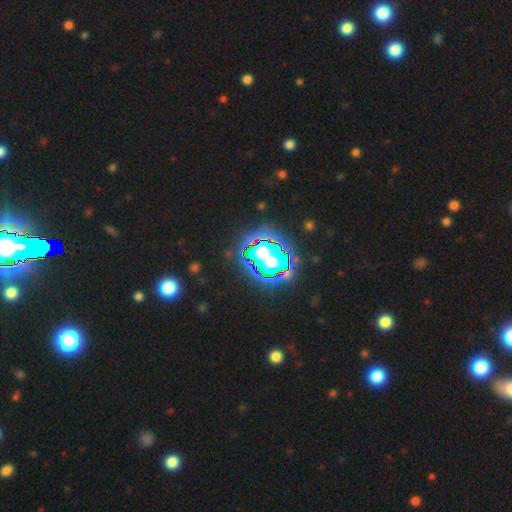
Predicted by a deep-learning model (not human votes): The model was most divided on "smooth or featured": star or artifact: 76%, smooth: 13%, featured or disk: 11%.